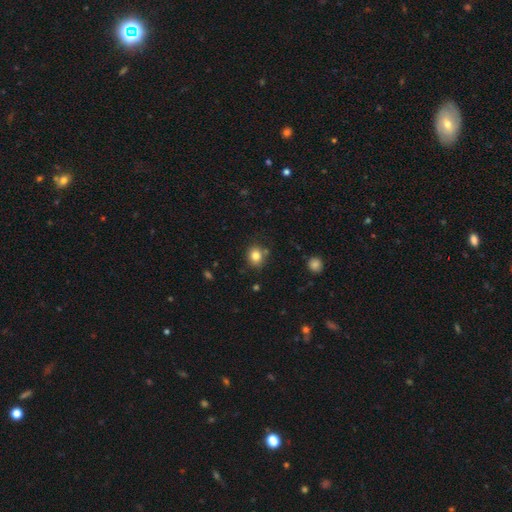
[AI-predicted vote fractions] Smooth or featured: smooth — 83% (star or artifact — 11%)
How rounded: round — 72% (in between — 27%)
Merging: none — 78% (minor disturbance — 12%)